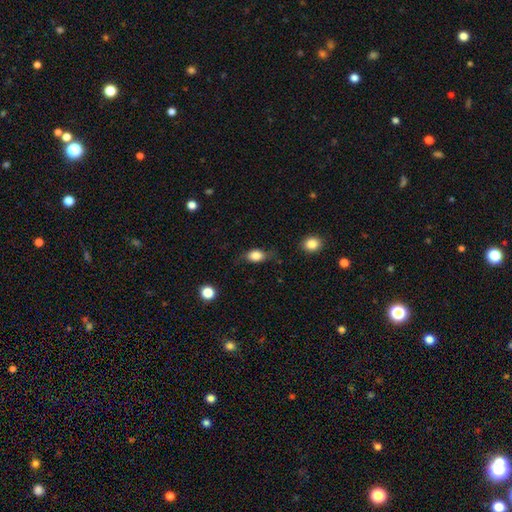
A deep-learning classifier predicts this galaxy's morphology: Smooth or featured: smooth — 81% (featured or disk — 11%)
How rounded: in between — 74% (round — 23%)
Merging: none — 66% (minor disturbance — 24%)